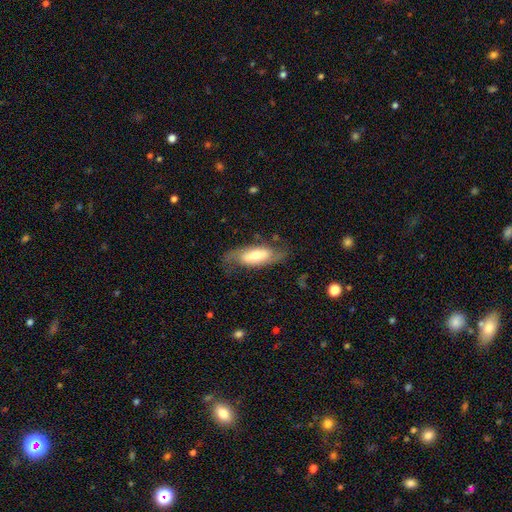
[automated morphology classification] smooth_or_featured: featured or disk (p=0.57) [alt: smooth p=0.37]
disk_edge_on: no (p=0.82) [alt: yes p=0.18]
merging: none (p=0.67) [alt: minor disturbance p=0.20]